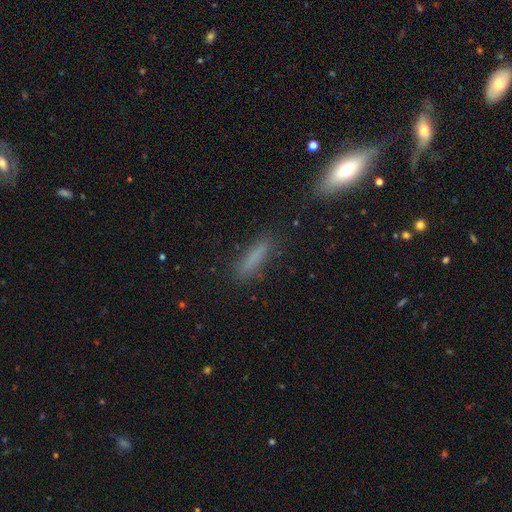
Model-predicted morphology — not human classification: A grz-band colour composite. It shows a smooth galaxy with no disk features (77%) that is cigar-shaped (84%). Merging: none (83%).